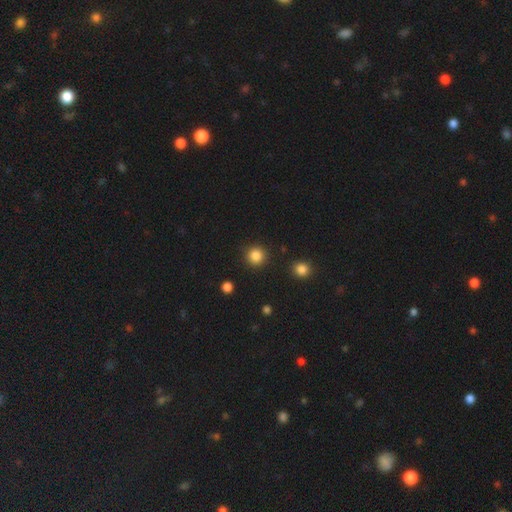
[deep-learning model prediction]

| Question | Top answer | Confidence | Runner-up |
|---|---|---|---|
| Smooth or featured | smooth | 86% | star or artifact (10%) |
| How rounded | round | 94% | in between (5%) |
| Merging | none | 91% | minor disturbance (5%) |